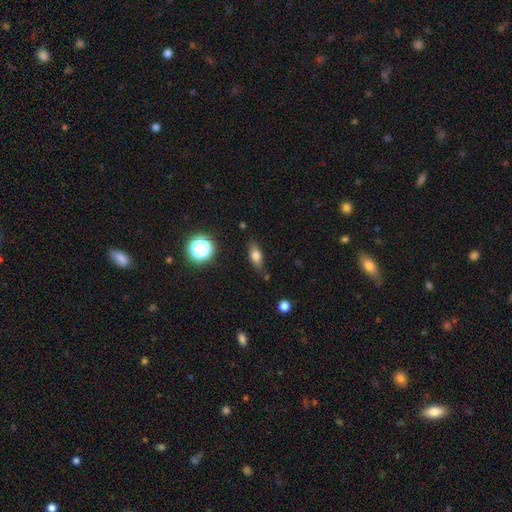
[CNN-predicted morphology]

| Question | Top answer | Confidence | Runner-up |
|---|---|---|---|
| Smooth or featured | smooth | 69% | featured or disk (20%) |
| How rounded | in between | 69% | cigar-shaped (22%) |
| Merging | none | 78% | minor disturbance (16%) |